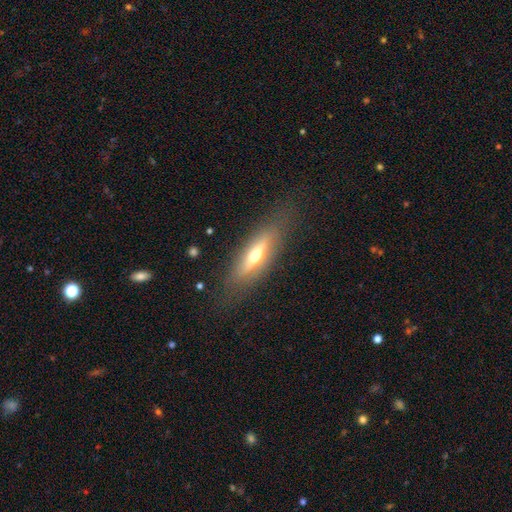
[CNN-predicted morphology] Overall: smooth (48%; featured or disk 44%). Merging: none (77%).